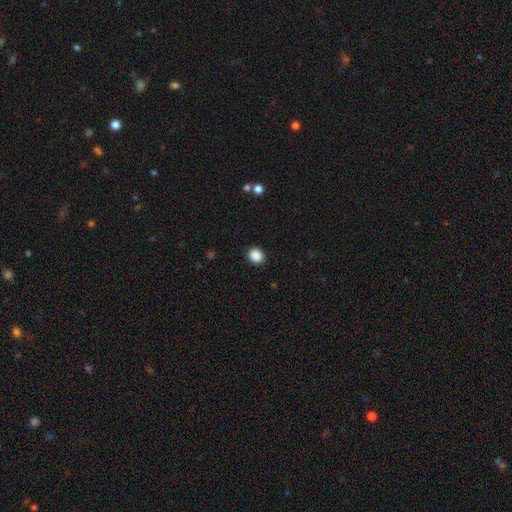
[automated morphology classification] Smooth or featured? smooth (88%)
How rounded? round (68%)
Merging? none (90%)